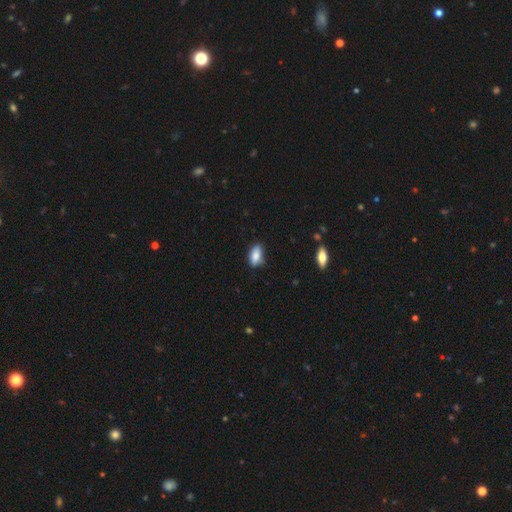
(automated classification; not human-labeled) Smooth or featured?
  - smooth: 84% *
  - featured or disk: 9%
  - star or artifact: 7%
How rounded?
  - in between: 89% *
  - cigar-shaped: 7%
  - round: 4%
Merging?
  - none: 71% *
  - minor disturbance: 23%
  - major disturbance: 3%
  - merger: 2%